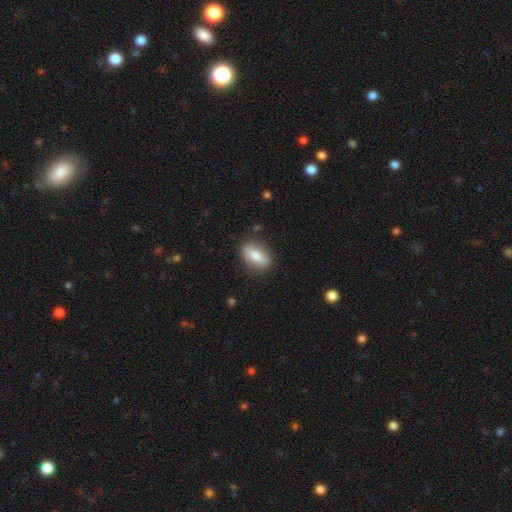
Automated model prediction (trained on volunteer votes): Smooth or featured: smooth — 78% (featured or disk — 15%)
How rounded: in between — 86% (round — 9%)
Merging: none — 83% (minor disturbance — 12%)